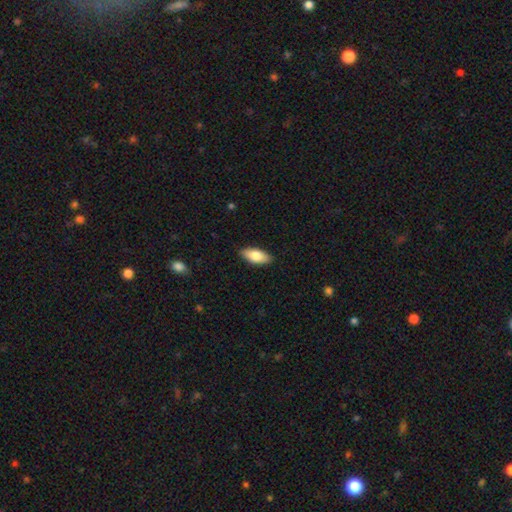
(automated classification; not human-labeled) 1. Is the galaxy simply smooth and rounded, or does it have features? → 78% smooth, 16% featured or disk, 6% star or artifact.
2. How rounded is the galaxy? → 85% in between, 13% cigar-shaped, 2% round.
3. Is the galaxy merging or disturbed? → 89% none, 9% minor disturbance, 2% major disturbance, 1% merger.